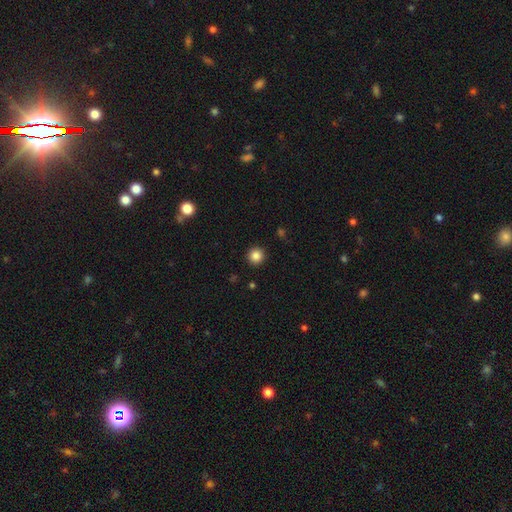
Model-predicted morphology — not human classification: Smooth or featured?
  - smooth: 85% *
  - star or artifact: 11%
  - featured or disk: 4%
How rounded?
  - round: 95% *
  - in between: 4%
  - cigar-shaped: 1%
Merging?
  - none: 92% *
  - minor disturbance: 5%
  - major disturbance: 2%
  - merger: 1%